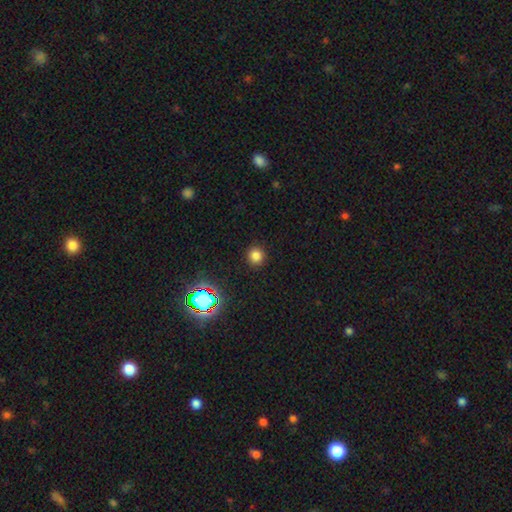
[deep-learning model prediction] The model was most divided on "smooth or featured": smooth: 77%, star or artifact: 18%, featured or disk: 5%. More confident: how rounded — round (93%); merging — none (91%).